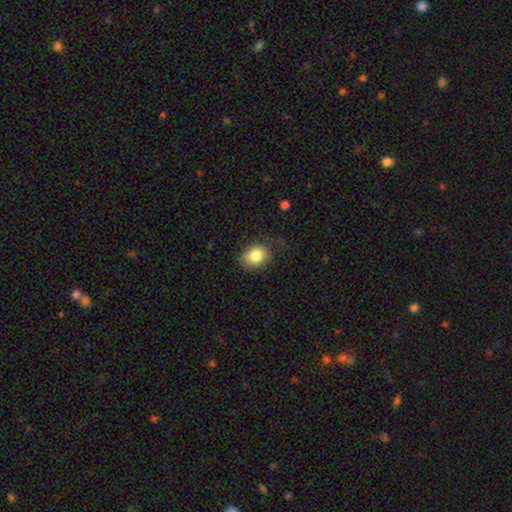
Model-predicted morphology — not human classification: A smooth galaxy with no disk features (84%) that is round (54%). Merging: none (73%).